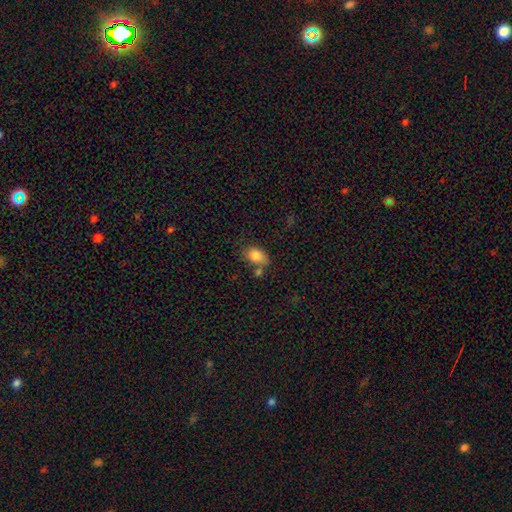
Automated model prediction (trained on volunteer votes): The model was most divided on "merging": none: 52%, minor disturbance: 21%, merger: 20%, major disturbance: 7%. More confident: smooth or featured — smooth (84%); how rounded — in between (78%).